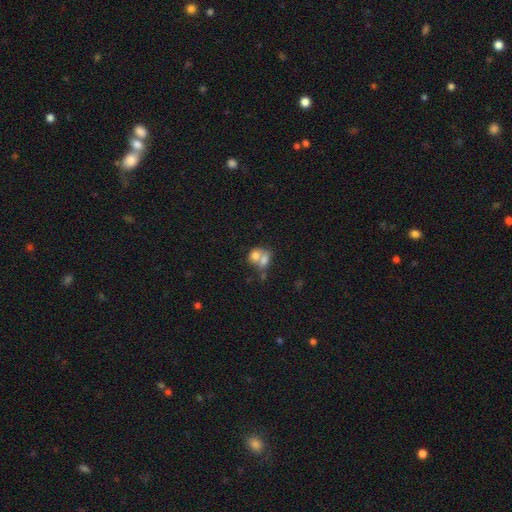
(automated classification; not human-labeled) smooth_or_featured: smooth (p=0.70) [alt: featured or disk p=0.20]
how_rounded: in between (p=0.58) [alt: round p=0.40]
merging: merger (p=0.68) [alt: none p=0.20]